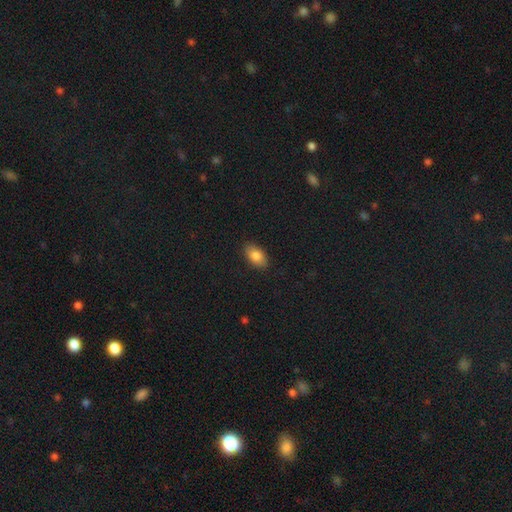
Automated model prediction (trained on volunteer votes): smooth-or-featured: smooth: 84% | featured or disk: 9% | star or artifact: 8%
  how-rounded: in between: 92% | round: 5% | cigar-shaped: 3%
  merging: none: 88% | minor disturbance: 9% | major disturbance: 2% | merger: 1%